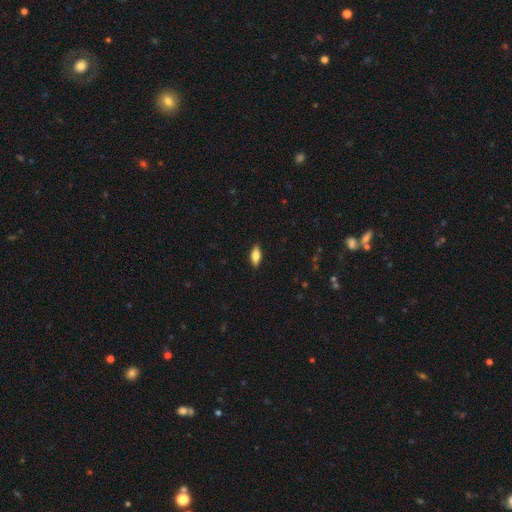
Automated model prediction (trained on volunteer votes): smooth 77%, featured or disk 16%, star or artifact 7%. Down the decision tree: how rounded — in between (81%); merging — none (89%).